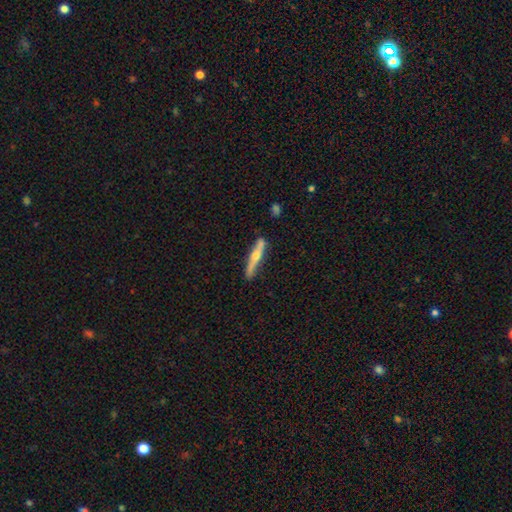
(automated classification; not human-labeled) featured or disk 61%, smooth 34%, star or artifact 5%. Down the decision tree: edge-on disk — yes (93%); edge-on bulge — rounded (90%); merging — none (82%).